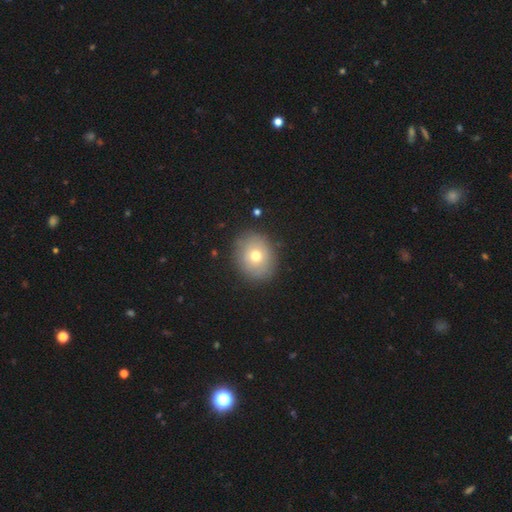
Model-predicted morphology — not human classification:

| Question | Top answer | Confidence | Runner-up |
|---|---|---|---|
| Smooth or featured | smooth | 70% | featured or disk (19%) |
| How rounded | round | 70% | in between (30%) |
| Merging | none | 85% | minor disturbance (10%) |